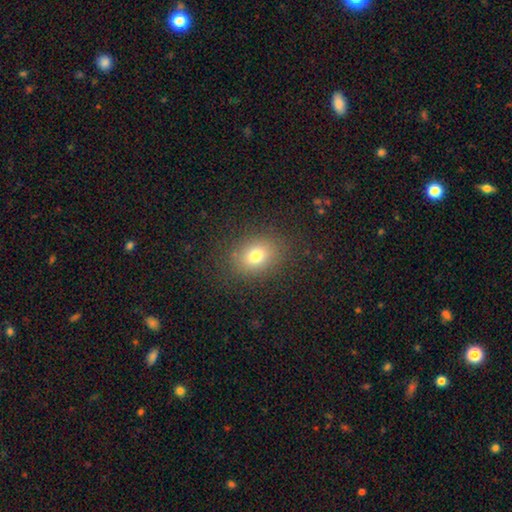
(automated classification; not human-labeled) smooth-or-featured: smooth: 76% | star or artifact: 14% | featured or disk: 10%
  how-rounded: in between: 51% | round: 48% | cigar-shaped: 1%
  merging: none: 85% | minor disturbance: 10% | major disturbance: 4% | merger: 1%